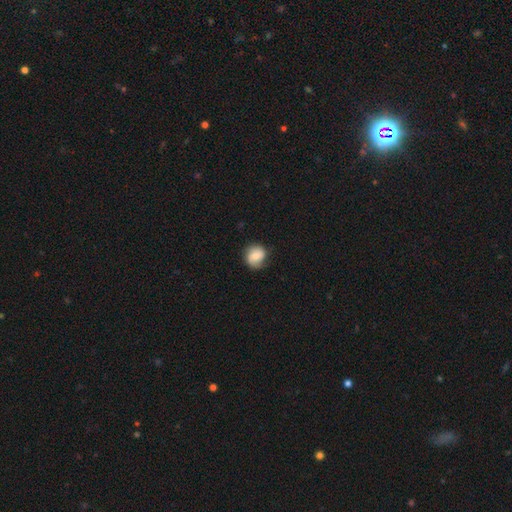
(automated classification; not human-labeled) Morphology: type=smooth (56%); roundness=round (79%); merging=none (69%).